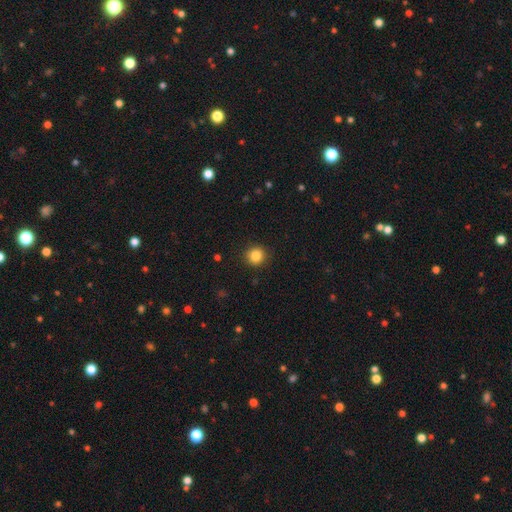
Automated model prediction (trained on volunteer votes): Smooth or featured: smooth — 85% (star or artifact — 11%)
How rounded: round — 90% (in between — 9%)
Merging: none — 90% (minor disturbance — 6%)